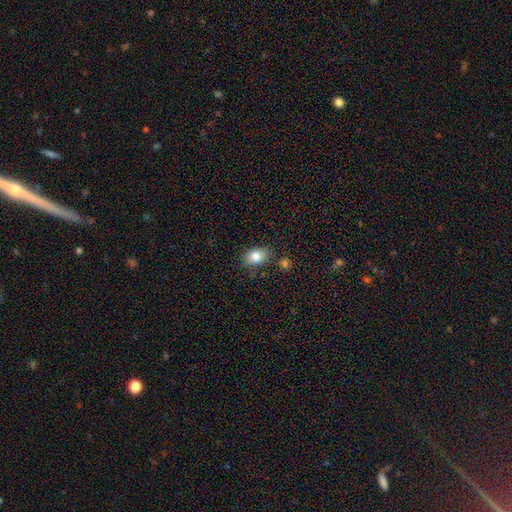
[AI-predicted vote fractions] smooth 83%, star or artifact 9%, featured or disk 8%. Down the decision tree: how rounded — in between (77%); merging — none (76%).